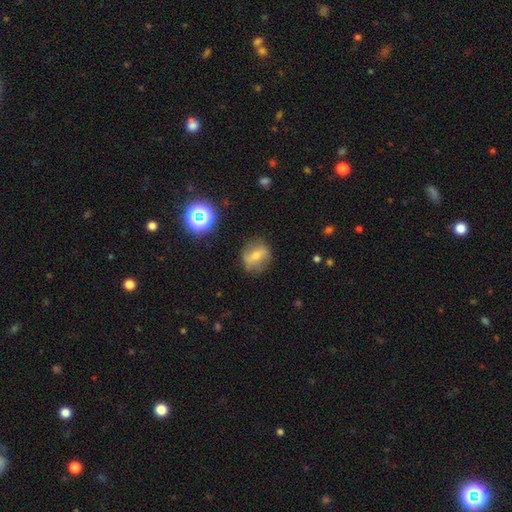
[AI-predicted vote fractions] Smooth or featured: smooth — 48% (featured or disk — 39%)
Merging: none — 78% (minor disturbance — 15%)